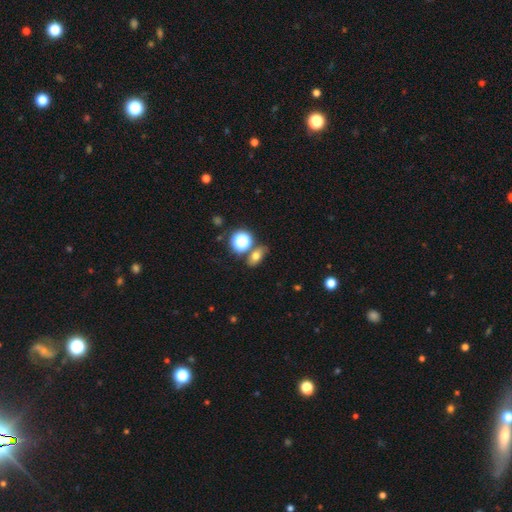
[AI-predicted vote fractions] Morphology: type=smooth (64%); roundness=in between (70%); merging=none (72%).